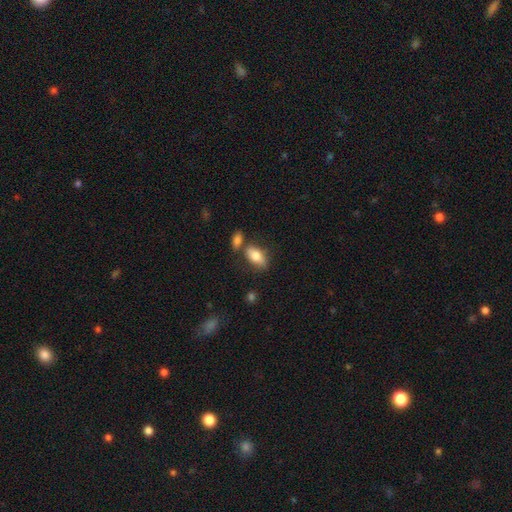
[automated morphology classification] Smooth or featured: smooth — 76% (featured or disk — 17%)
How rounded: in between — 88% (cigar-shaped — 7%)
Merging: none — 62% (merger — 18%)